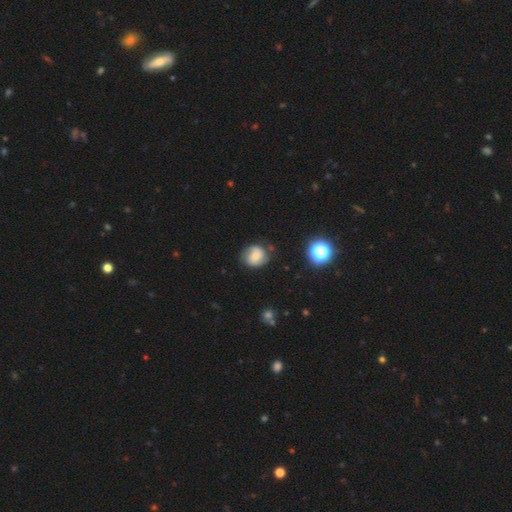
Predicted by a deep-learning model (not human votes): smooth 48%, featured or disk 41%, star or artifact 11%. Down the decision tree: merging — none (70%).